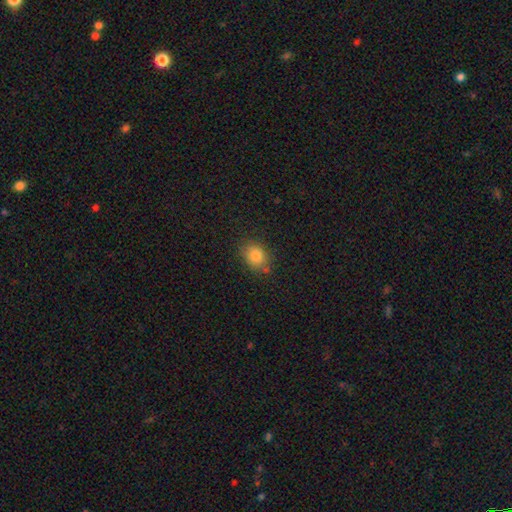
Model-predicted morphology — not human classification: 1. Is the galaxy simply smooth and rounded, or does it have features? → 82% smooth, 10% star or artifact, 7% featured or disk.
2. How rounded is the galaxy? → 51% in between, 48% round, 1% cigar-shaped.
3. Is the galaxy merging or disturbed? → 76% none, 17% minor disturbance, 4% major disturbance, 3% merger.